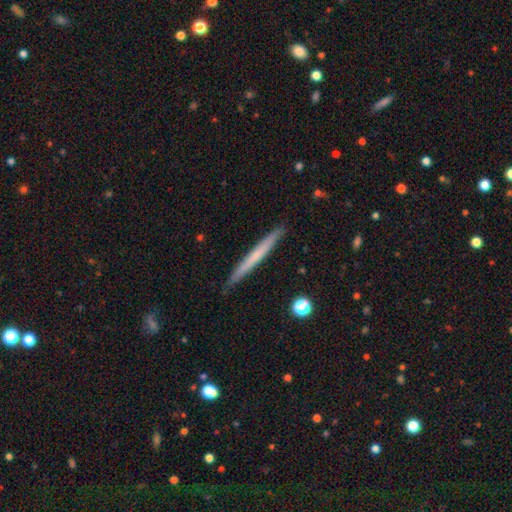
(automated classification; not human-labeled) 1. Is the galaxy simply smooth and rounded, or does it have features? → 53% smooth, 42% featured or disk, 6% star or artifact.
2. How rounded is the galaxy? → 97% cigar-shaped, 2% in between, 1% round.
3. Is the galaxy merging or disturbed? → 91% none, 7% minor disturbance, 1% major disturbance, 1% merger.